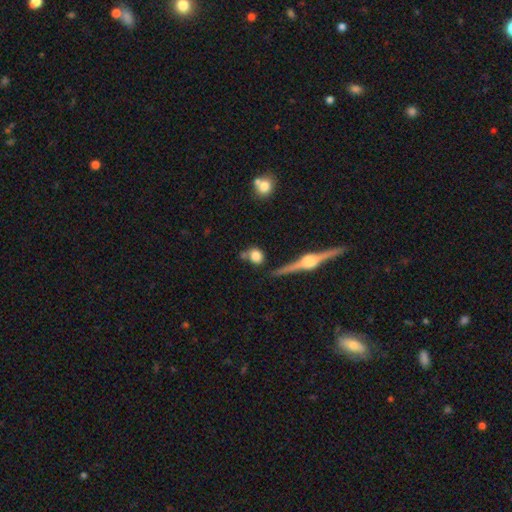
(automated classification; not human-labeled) A smooth galaxy with no disk features (76%) that is round (70%).

Vote fractions:
- Smooth or featured? smooth: 76% / featured or disk: 15% / star or artifact: 10%
- How rounded? round: 70% / in between: 25% / cigar-shaped: 5%
- Merging? none: 64% / merger: 16% / minor disturbance: 14% / major disturbance: 6%